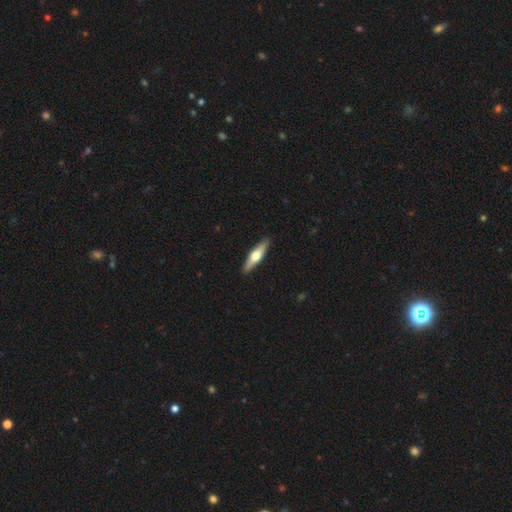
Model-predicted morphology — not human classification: Smooth or featured? Predicted: featured or disk (p=0.55). Edge-on disk? Predicted: yes (p=0.95). Edge-on bulge? Predicted: rounded (p=0.91). Merging? Predicted: none (p=0.91).